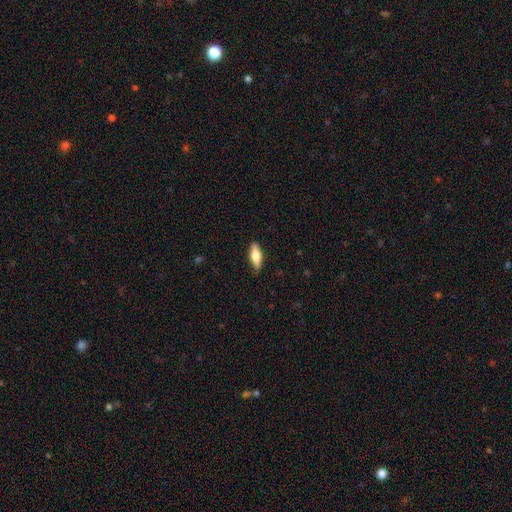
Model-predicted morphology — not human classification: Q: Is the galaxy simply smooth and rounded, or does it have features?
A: smooth — 66%.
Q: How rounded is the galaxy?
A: in between — 63%.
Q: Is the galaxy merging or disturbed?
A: none — 87%.